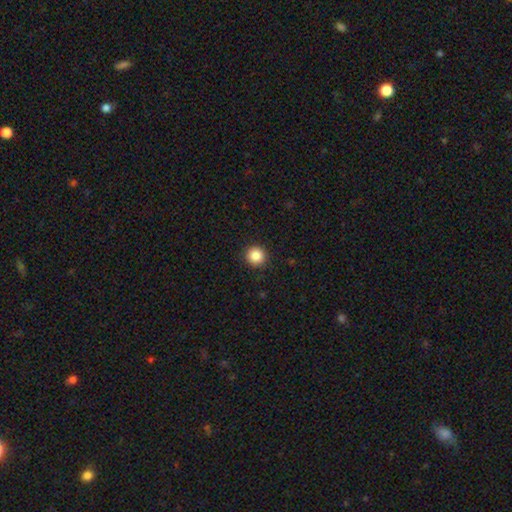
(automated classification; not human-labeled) Smooth or featured? smooth (86%)
How rounded? round (95%)
Merging? none (92%)